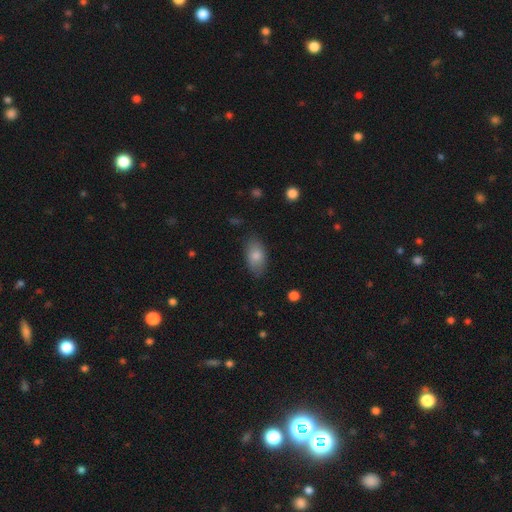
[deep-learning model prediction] A smooth galaxy with no disk features (81%) that is in between round and cigar-shaped (91%).

Vote fractions:
- Smooth or featured? smooth: 81% / featured or disk: 12% / star or artifact: 7%
- How rounded? in between: 91% / round: 6% / cigar-shaped: 3%
- Merging? none: 79% / minor disturbance: 16% / major disturbance: 4% / merger: 1%